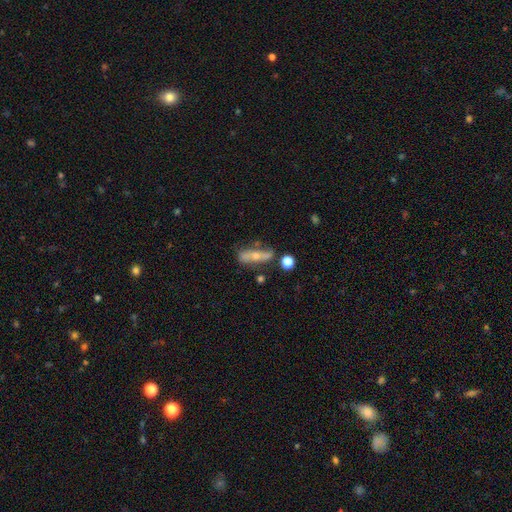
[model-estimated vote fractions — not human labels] Q: Smooth or featured?
A: featured or disk (48%); runner-up: smooth (44%)
Q: Merging?
A: none (57%); runner-up: minor disturbance (22%)